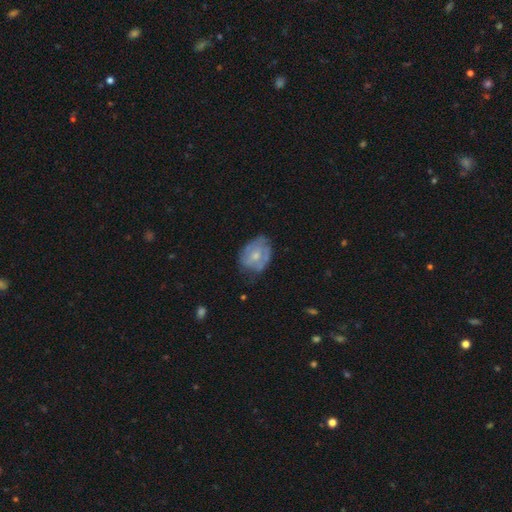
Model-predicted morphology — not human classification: smooth-or-featured: featured or disk: 54% | smooth: 40% | star or artifact: 7%
  disk-edge-on: no: 96% | yes: 4%
    bar: no: 71% | weak: 25% | strong: 4%
    has-spiral-arms: yes: 54% | no: 46%
    bulge-size: small: 50% | moderate: 42% | none: 5% | large: 2% | dominant: 1%
  merging: none: 55% | minor disturbance: 31% | major disturbance: 12% | merger: 2%